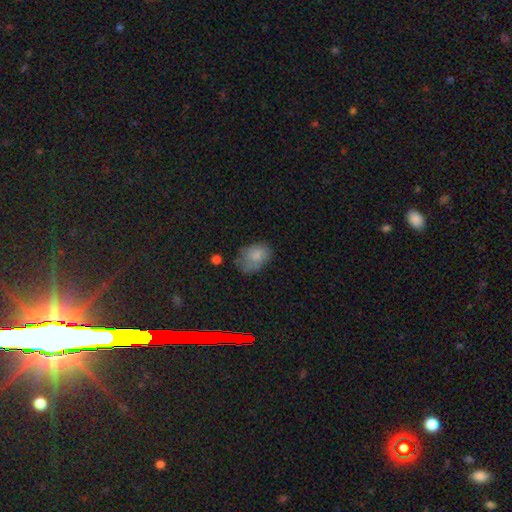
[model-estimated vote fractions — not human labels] A smooth galaxy with no disk features (76%) that is in between round and cigar-shaped (77%).

Vote fractions:
- Smooth or featured? smooth: 76% / featured or disk: 13% / star or artifact: 11%
- How rounded? in between: 77% / round: 22% / cigar-shaped: 1%
- Merging? none: 48% / minor disturbance: 33% / major disturbance: 16% / merger: 4%